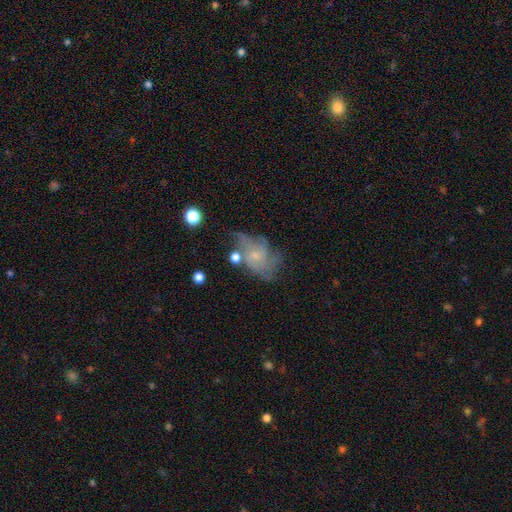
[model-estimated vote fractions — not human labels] This appears to be a featured or disk galaxy (65%) with no bar (76%), spiral arms (79%) and a small central bulge (70%). Merging: none (38%).